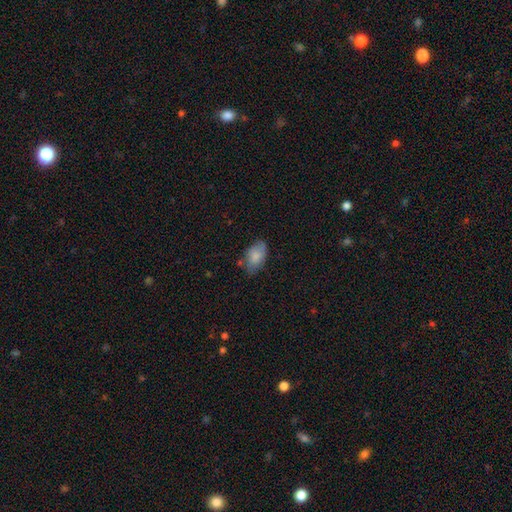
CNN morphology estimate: Smooth or featured? smooth (80%)
How rounded? in between (92%)
Merging? none (64%)